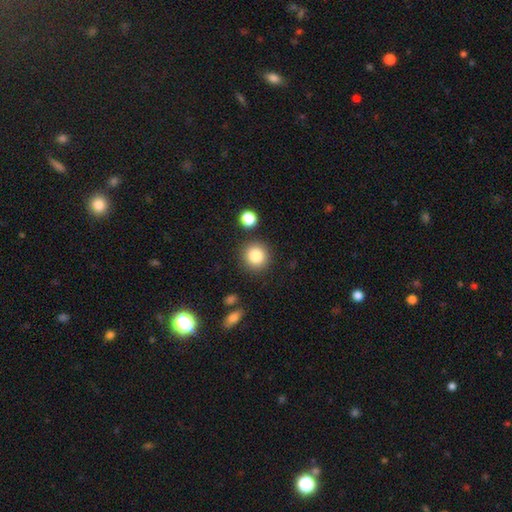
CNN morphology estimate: Q: Smooth or featured?
A: smooth (84%); runner-up: star or artifact (10%)
Q: How rounded?
A: round (92%); runner-up: in between (7%)
Q: Merging?
A: none (86%); runner-up: minor disturbance (7%)